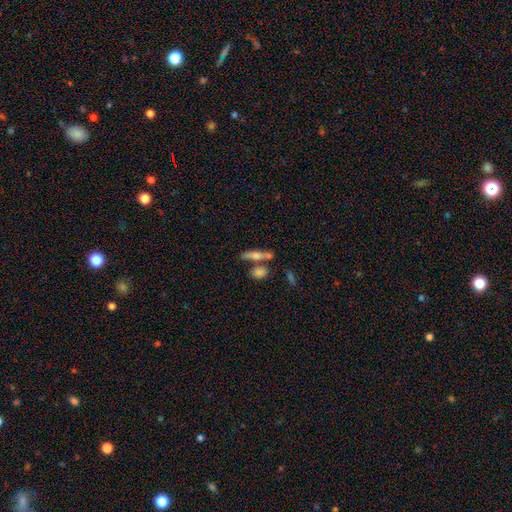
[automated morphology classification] Q: Smooth or featured?
A: smooth (60%); runner-up: featured or disk (31%)
Q: How rounded?
A: cigar-shaped (64%); runner-up: in between (31%)
Q: Merging?
A: none (55%); runner-up: merger (27%)